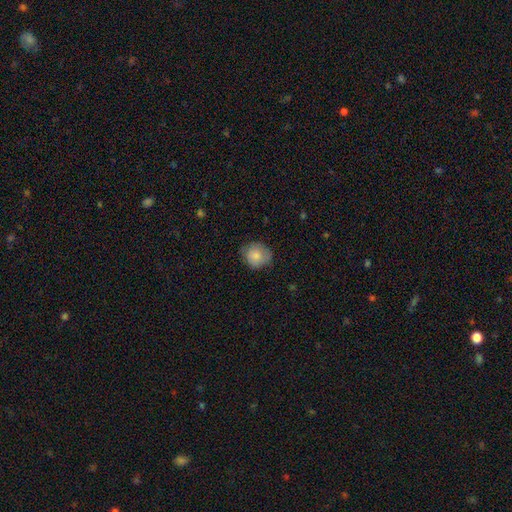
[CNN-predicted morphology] This is likely a smooth galaxy (80%). How rounded: likely round (80%). Merging: likely none (71%).